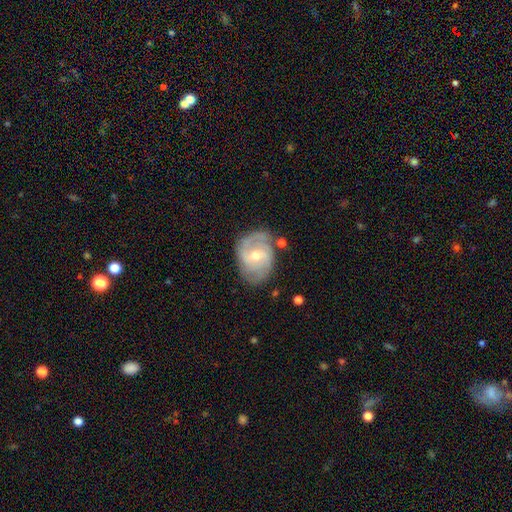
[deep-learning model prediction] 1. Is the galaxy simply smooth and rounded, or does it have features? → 80% featured or disk, 14% smooth, 6% star or artifact.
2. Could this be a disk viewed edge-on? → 97% no, 3% yes.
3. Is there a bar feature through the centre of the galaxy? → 49% weak, 39% no, 12% strong.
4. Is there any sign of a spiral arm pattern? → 92% yes, 8% no.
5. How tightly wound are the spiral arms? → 45% medium, 38% tight, 16% loose.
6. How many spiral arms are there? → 52% 2, 19% 3, 18% can't tell, 4% 4, 3% 1, 3% more than 4.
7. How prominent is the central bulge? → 59% moderate, 37% small, 2% large, 1% none, 1% dominant.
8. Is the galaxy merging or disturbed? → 70% none, 20% minor disturbance, 6% major disturbance, 4% merger.